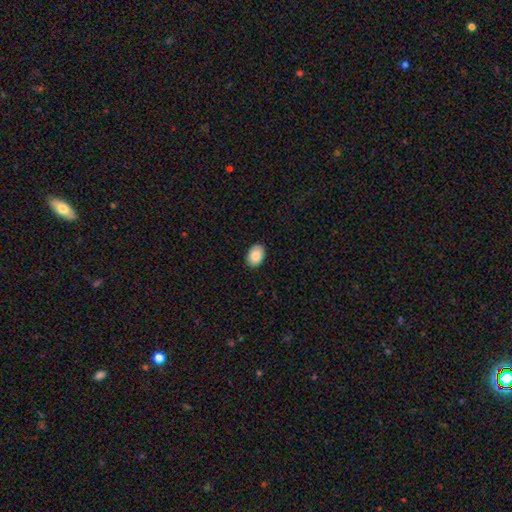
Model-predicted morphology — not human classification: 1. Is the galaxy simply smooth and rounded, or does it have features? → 88% smooth, 7% star or artifact, 6% featured or disk.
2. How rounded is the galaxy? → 84% in between, 15% round, 1% cigar-shaped.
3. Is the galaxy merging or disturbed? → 88% none, 9% minor disturbance, 2% major disturbance, 1% merger.